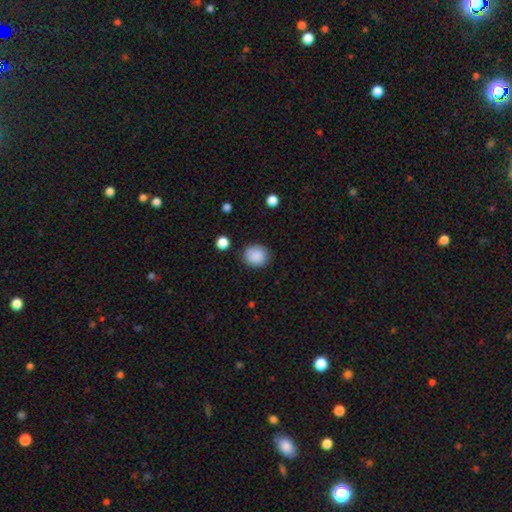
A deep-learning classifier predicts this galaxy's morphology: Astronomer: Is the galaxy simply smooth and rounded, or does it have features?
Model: smooth — 88%.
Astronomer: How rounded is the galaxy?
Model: round — 82%.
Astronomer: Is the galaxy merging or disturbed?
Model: none — 86%.